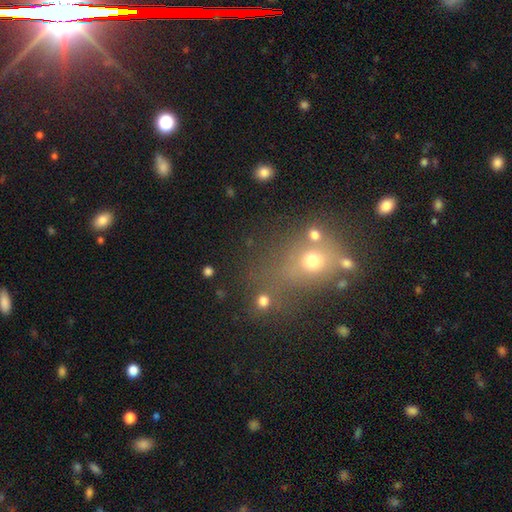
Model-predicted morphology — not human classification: Q: Smooth or featured?
A: star or artifact (44%); runner-up: smooth (41%)